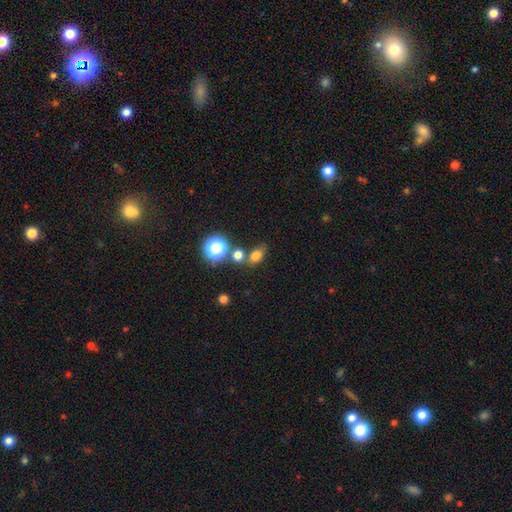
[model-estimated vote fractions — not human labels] The model was most divided on "how rounded": in between: 67%, round: 31%, cigar-shaped: 2%. More confident: smooth or featured — smooth (74%); merging — none (64%).